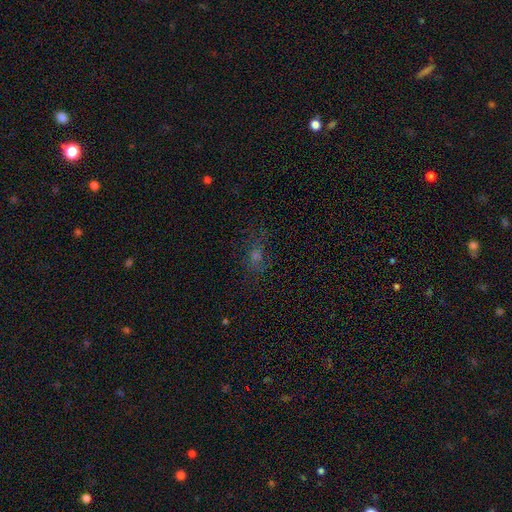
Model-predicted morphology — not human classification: type=smooth (40%); merging=none (70%).